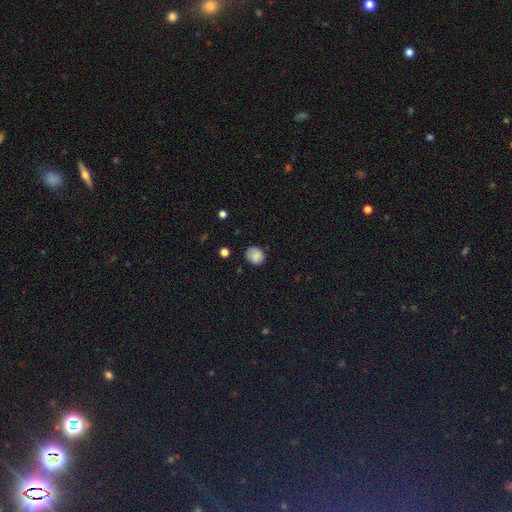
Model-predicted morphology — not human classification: smooth_or_featured: smooth (p=0.81) [alt: featured or disk p=0.09]
how_rounded: round (p=0.69) [alt: in between p=0.30]
merging: none (p=0.69) [alt: minor disturbance p=0.24]